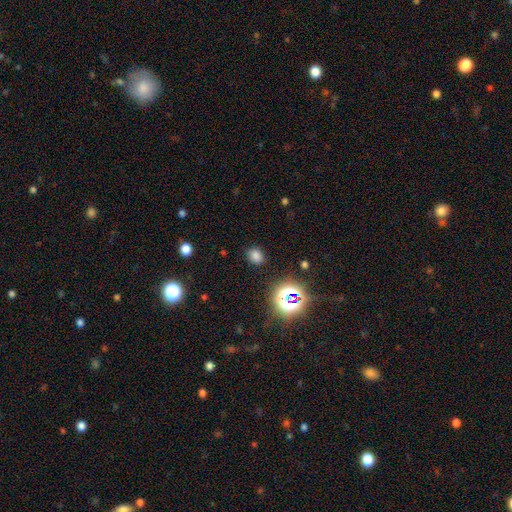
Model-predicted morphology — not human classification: Smooth or featured? Predicted: smooth (p=0.72). How rounded? Predicted: in between (p=0.52). Merging? Predicted: none (p=0.85).